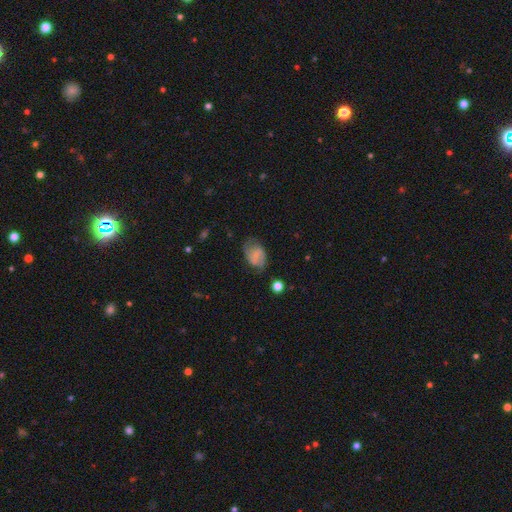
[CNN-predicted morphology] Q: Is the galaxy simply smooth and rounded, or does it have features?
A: featured or disk — 54%.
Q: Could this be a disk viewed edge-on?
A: no — 97%.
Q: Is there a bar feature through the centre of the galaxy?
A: weak — 44%.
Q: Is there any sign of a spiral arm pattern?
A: yes — 85%.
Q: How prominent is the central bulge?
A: none — 59%.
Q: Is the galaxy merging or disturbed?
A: none — 62%.